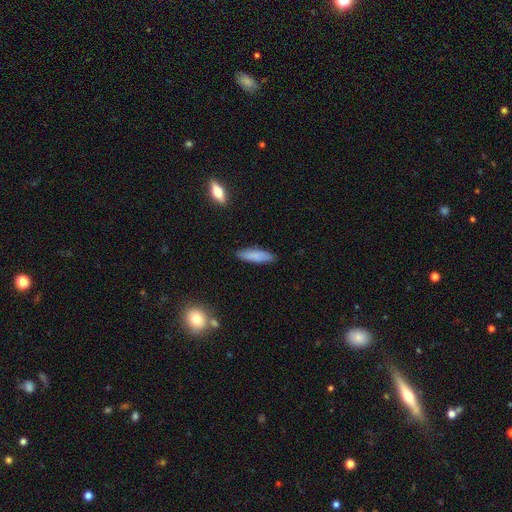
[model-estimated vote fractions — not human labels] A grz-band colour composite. It shows a smooth galaxy with no disk features (82%) that is cigar-shaped (64%). Merging: none (86%).